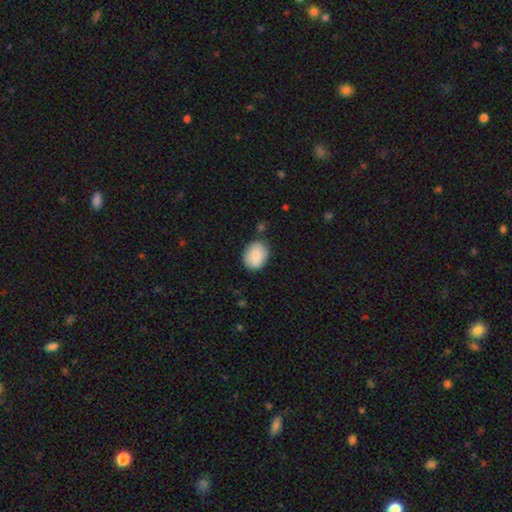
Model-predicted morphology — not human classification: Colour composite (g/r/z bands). It shows a smooth galaxy with no disk features (86%) that is in between round and cigar-shaped (62%). Merging: none (79%).